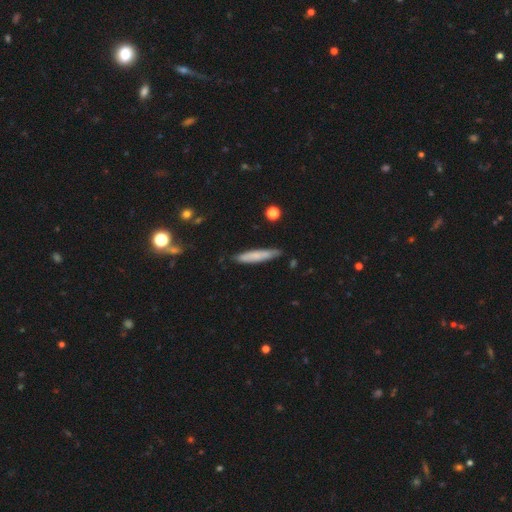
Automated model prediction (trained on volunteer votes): This is likely a smooth galaxy (70%). How rounded: clearly cigar-shaped (91%). Merging: clearly none (83%).